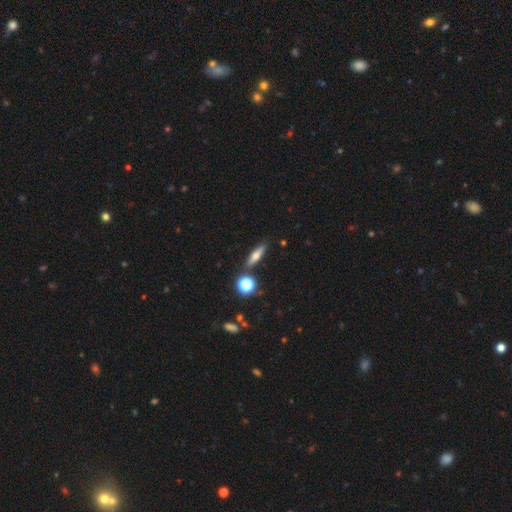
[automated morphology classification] A smooth galaxy with no disk features (52%) that is cigar-shaped (62%).

Vote fractions:
- Smooth or featured? smooth: 52% / featured or disk: 36% / star or artifact: 11%
- How rounded? cigar-shaped: 62% / in between: 29% / round: 8%
- Merging? none: 83% / minor disturbance: 9% / merger: 6% / major disturbance: 2%